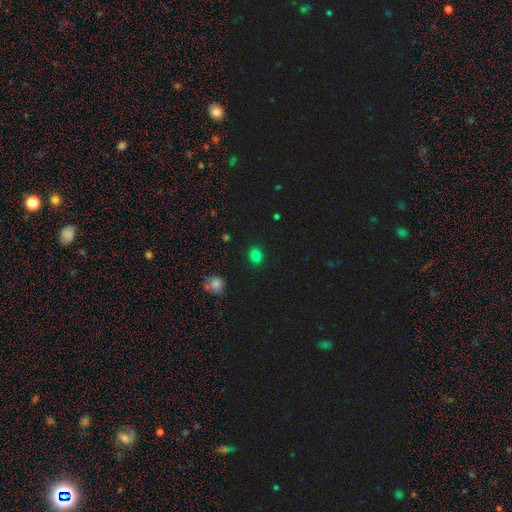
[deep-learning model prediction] Smooth or featured? Predicted: smooth (p=0.81). How rounded? Predicted: round (p=0.53). Merging? Predicted: none (p=0.89).